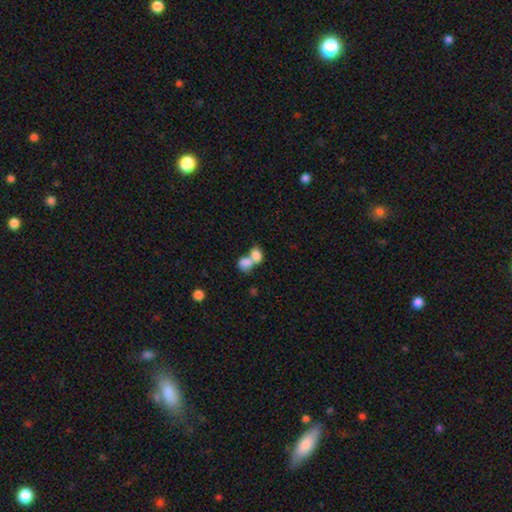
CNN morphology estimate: smooth-or-featured: smooth: 78% | featured or disk: 14% | star or artifact: 9%
  how-rounded: in between: 76% | round: 23% | cigar-shaped: 2%
  merging: merger: 71% | none: 18% | minor disturbance: 6% | major disturbance: 5%